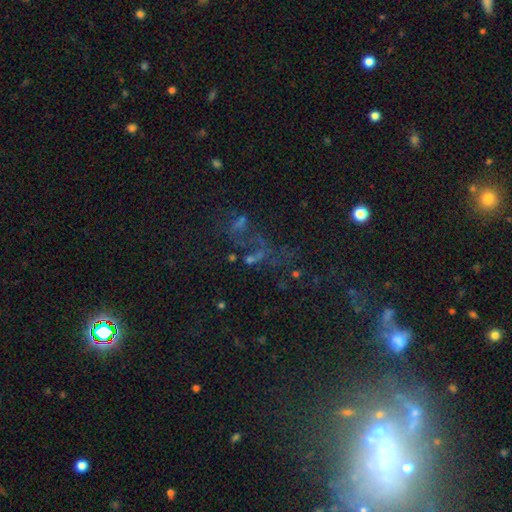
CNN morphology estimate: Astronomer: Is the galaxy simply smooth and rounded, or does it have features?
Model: star or artifact — 46% (runner-up: featured or disk, 30%).